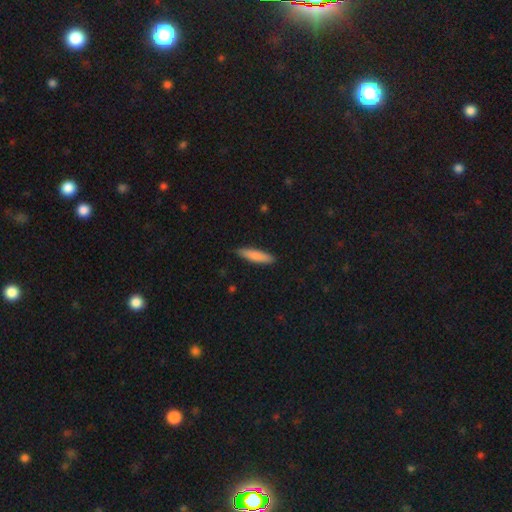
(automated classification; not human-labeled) This is clearly a smooth galaxy (82%). How rounded: clearly cigar-shaped (82%). Merging: clearly none (88%).